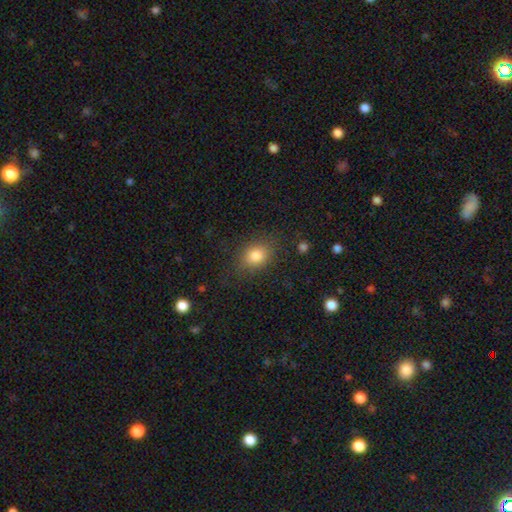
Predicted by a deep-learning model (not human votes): Smooth or featured? smooth (81%)
How rounded? round (50%)
Merging? none (79%)